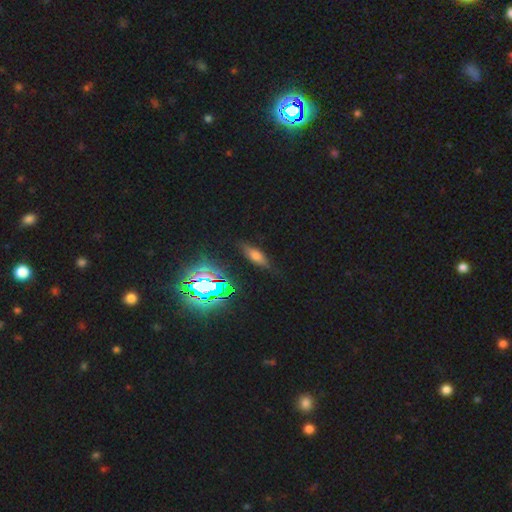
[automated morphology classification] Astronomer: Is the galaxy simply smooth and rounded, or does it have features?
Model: smooth — 49% (runner-up: featured or disk, 26%).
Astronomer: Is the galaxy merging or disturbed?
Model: none — 79%.